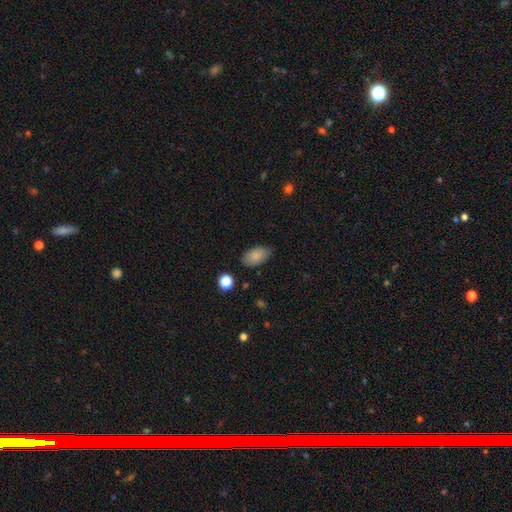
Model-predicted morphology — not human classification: Q: Smooth or featured?
A: smooth (85%); runner-up: star or artifact (8%)
Q: How rounded?
A: in between (93%); runner-up: round (5%)
Q: Merging?
A: none (81%); runner-up: minor disturbance (14%)